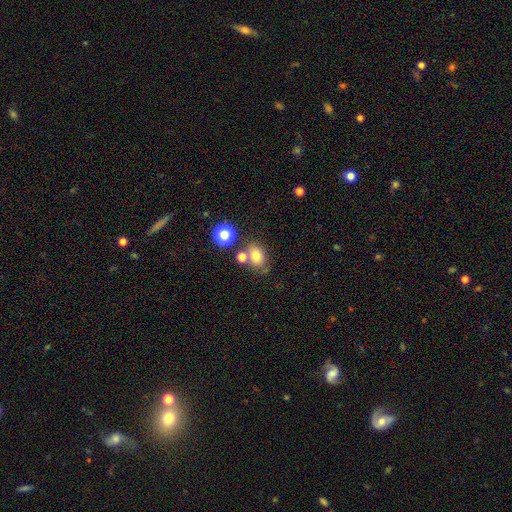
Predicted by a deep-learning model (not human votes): Overall: smooth (74%). How rounded: in between (63%; round 36%). Merging: none (61%).